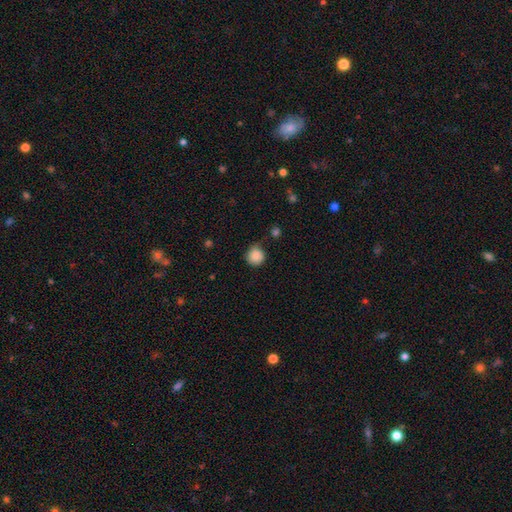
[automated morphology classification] Overall: smooth (87%). How rounded: round (91%). Merging: none (70%).